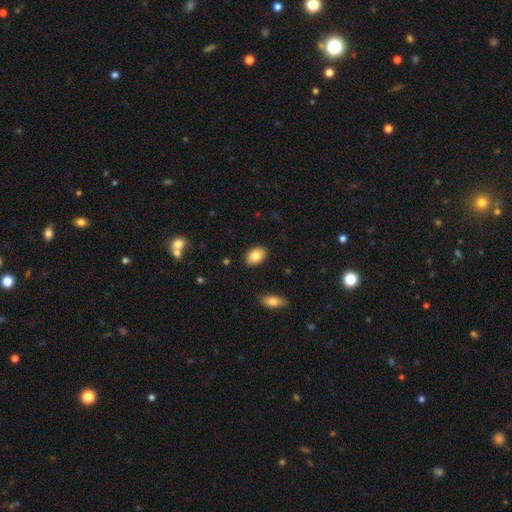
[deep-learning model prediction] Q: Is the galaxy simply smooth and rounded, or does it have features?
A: smooth — 83%.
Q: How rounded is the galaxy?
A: in between — 85%.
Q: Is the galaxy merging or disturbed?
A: none — 89%.